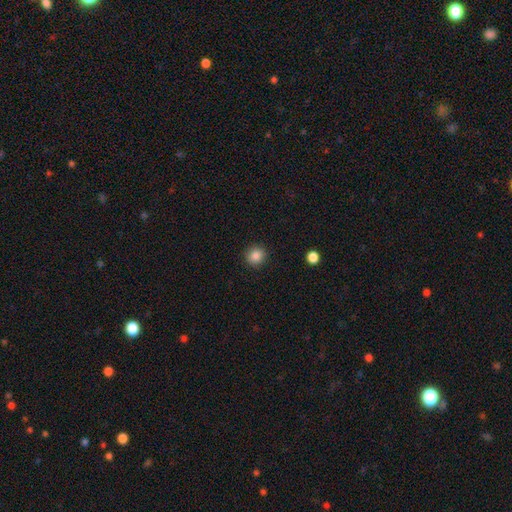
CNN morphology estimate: Smooth or featured? smooth (86%)
How rounded? round (89%)
Merging? none (91%)